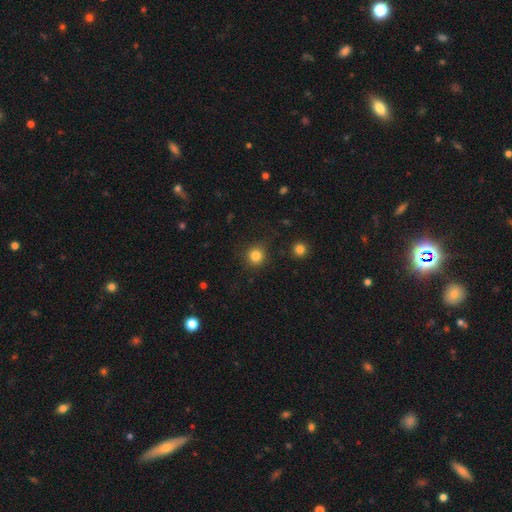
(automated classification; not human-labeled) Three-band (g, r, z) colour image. It shows a smooth galaxy with no disk features (83%) that is round (93%). Merging: none (86%).